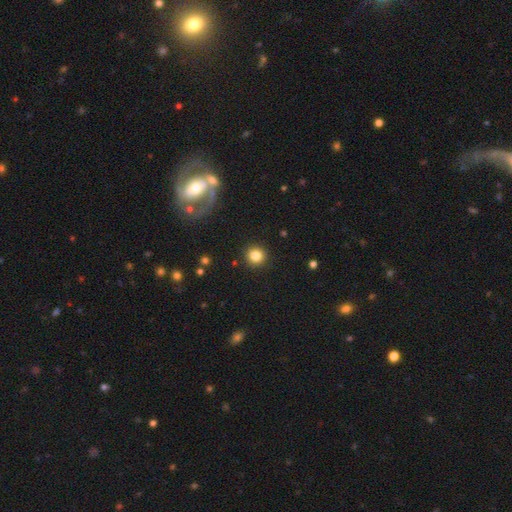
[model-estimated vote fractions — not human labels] smooth 83%, star or artifact 11%, featured or disk 6%. Down the decision tree: how rounded — round (94%); merging — none (92%).